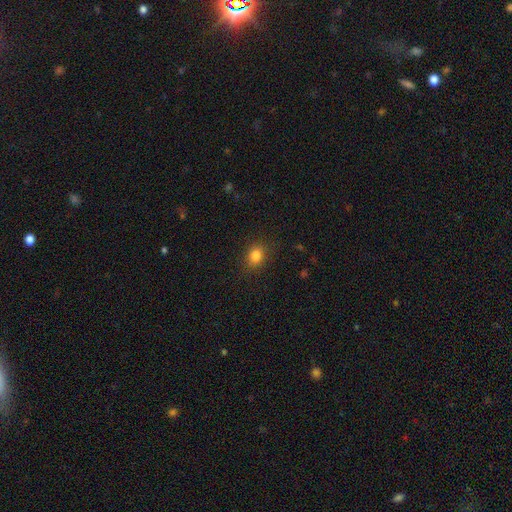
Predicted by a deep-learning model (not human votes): Smooth or featured? smooth (83%)
How rounded? in between (56%)
Merging? none (87%)